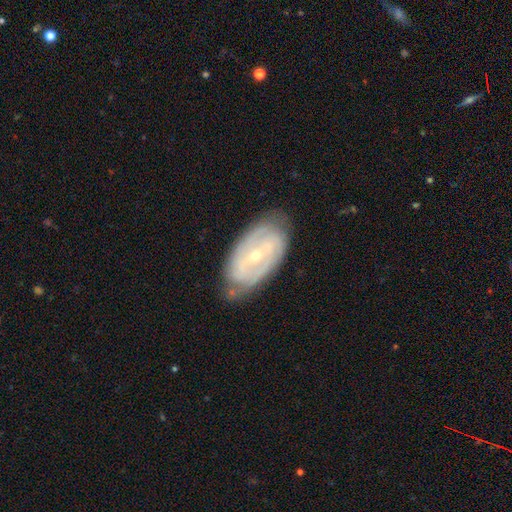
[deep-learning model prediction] The model was most divided on "bar": weak: 41%, no: 34%, strong: 25%. More confident: edge-on disk — no (94%); spiral arms — yes (89%); smooth or featured — featured or disk (82%); merging — none (73%); bulge size — small (63%); spiral winding — tight (62%); spiral arm count — 2 (54%).